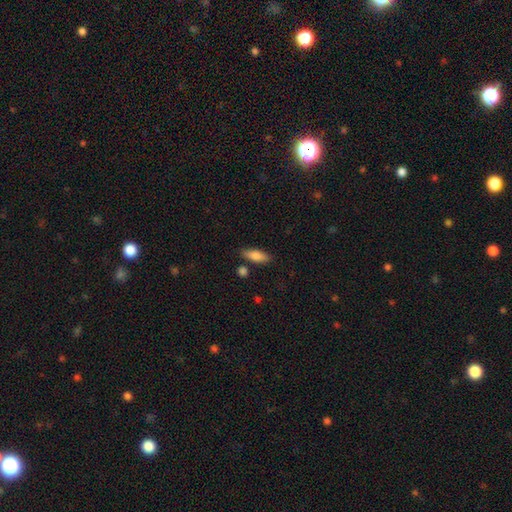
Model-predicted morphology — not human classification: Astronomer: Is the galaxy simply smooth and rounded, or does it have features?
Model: smooth — 81%.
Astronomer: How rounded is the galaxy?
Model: in between — 65%.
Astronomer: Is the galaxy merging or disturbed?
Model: none — 80%.